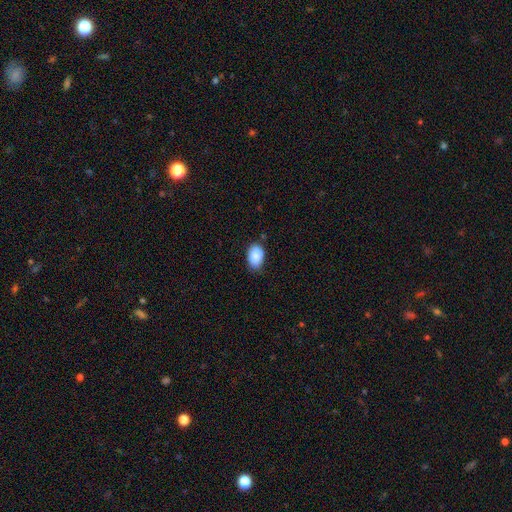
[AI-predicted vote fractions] Smooth or featured: smooth — 87% (star or artifact — 7%)
How rounded: in between — 88% (round — 11%)
Merging: none — 74% (minor disturbance — 21%)